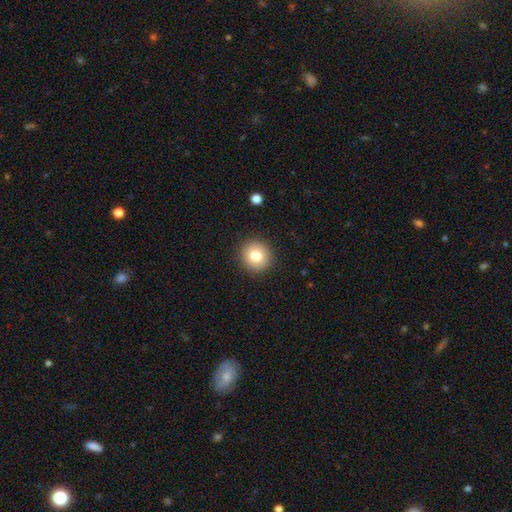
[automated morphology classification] Smooth or featured? Predicted: smooth (p=0.79). How rounded? Predicted: round (p=0.94). Merging? Predicted: none (p=0.91).